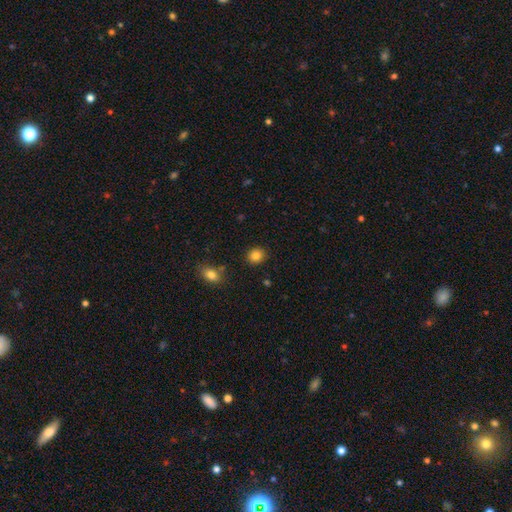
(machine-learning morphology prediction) This appears to be a smooth galaxy with no disk features (85%) that is round (79%). Merging: none (88%).